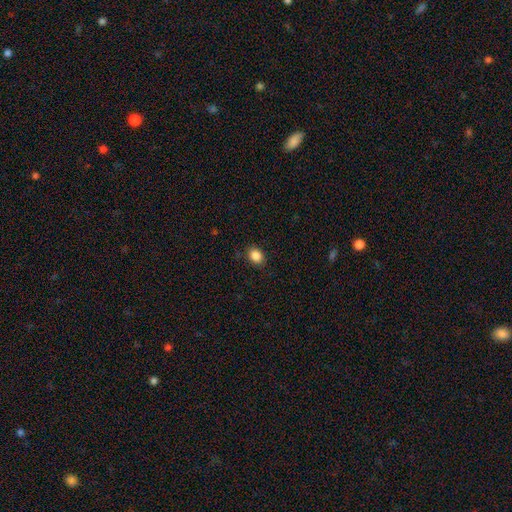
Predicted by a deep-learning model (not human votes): This appears to be a smooth galaxy with no disk features (86%) that is in between round and cigar-shaped (57%). Merging: none (86%).